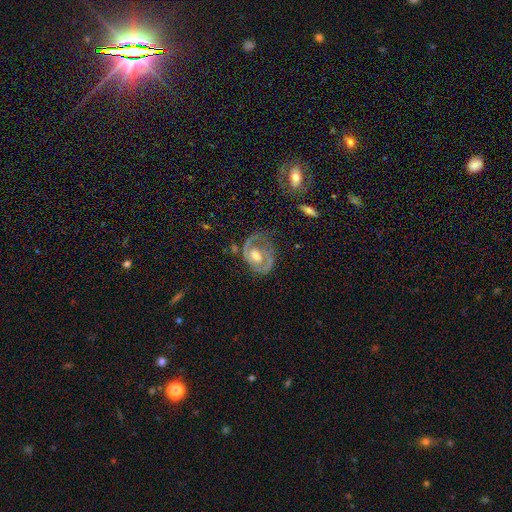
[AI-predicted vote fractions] Q: Smooth or featured?
A: featured or disk (85%); runner-up: smooth (9%)
Q: Edge-on disk?
A: no (97%); runner-up: yes (3%)
Q: Bar?
A: no (52%); runner-up: weak (37%)
Q: Spiral arms?
A: yes (92%); runner-up: no (8%)
Q: Spiral winding?
A: medium (47%); runner-up: tight (39%)
Q: Spiral arm count?
A: 2 (77%); runner-up: 1 (13%)
Q: Bulge size?
A: moderate (69%); runner-up: small (18%)
Q: Merging?
A: none (63%); runner-up: minor disturbance (20%)